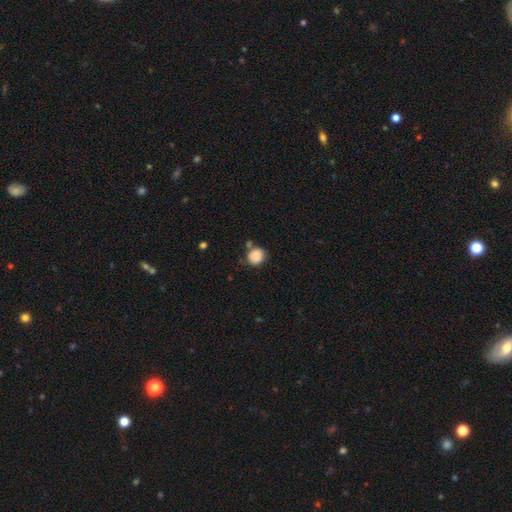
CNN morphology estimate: Overall: smooth (86%). How rounded: round (77%). Merging: none (63%).